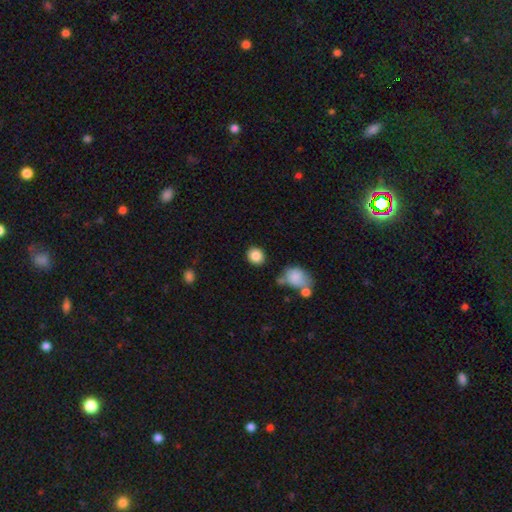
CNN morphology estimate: smooth_or_featured: smooth (p=0.85) [alt: star or artifact p=0.09]
how_rounded: round (p=0.70) [alt: in between p=0.29]
merging: none (p=0.83) [alt: minor disturbance p=0.10]